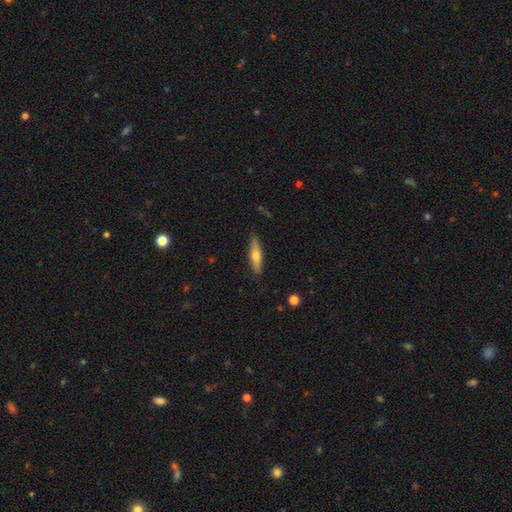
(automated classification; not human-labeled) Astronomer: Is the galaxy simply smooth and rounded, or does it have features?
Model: smooth — 58% (runner-up: featured or disk, 36%).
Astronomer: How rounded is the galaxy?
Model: cigar-shaped — 73%.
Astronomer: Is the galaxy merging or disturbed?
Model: none — 86%.